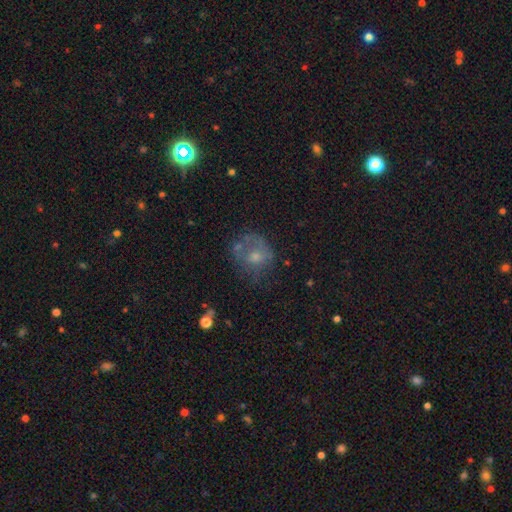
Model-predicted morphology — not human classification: Smooth or featured? Predicted: smooth (p=0.53). How rounded? Predicted: round (p=0.66). Merging? Predicted: none (p=0.42).